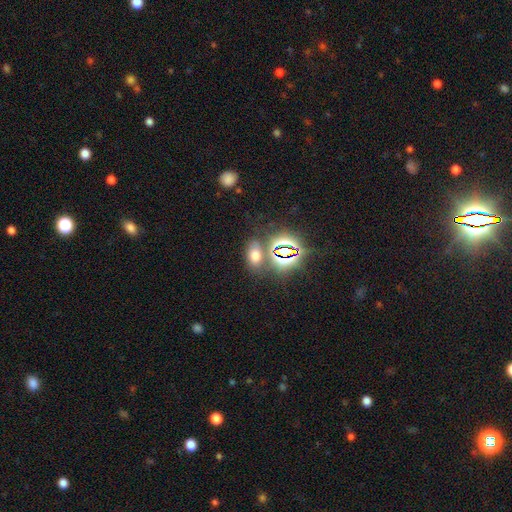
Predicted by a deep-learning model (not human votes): The model was most divided on "smooth or featured": smooth: 54%, star or artifact: 36%, featured or disk: 10%. More confident: how rounded — in between (82%); merging — none (70%).